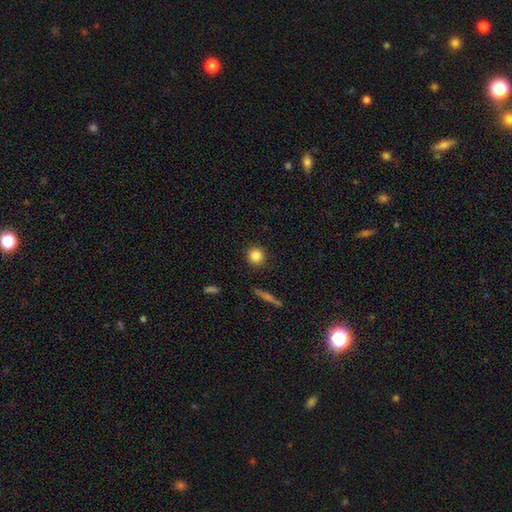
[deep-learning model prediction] This is clearly a smooth galaxy (84%). How rounded: clearly round (93%). Merging: clearly none (91%).